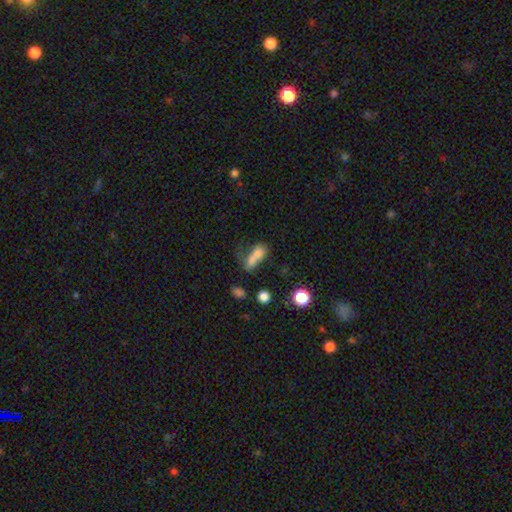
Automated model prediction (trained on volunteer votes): This appears to be a smooth galaxy with no disk features (69%) that is in between round and cigar-shaped (68%). Merging: merger (54%).